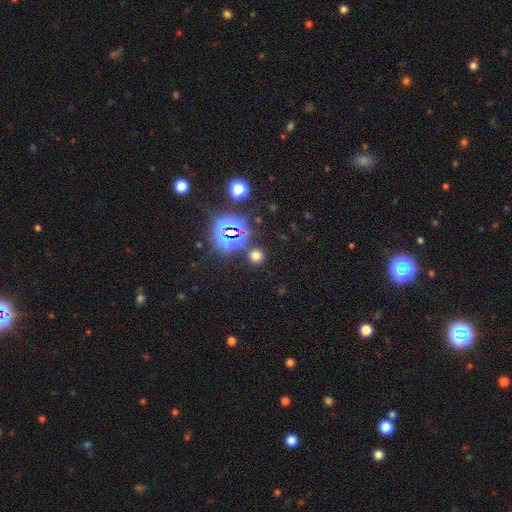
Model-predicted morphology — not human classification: Smooth or featured: smooth — 61% (star or artifact — 33%)
How rounded: round — 89% (in between — 10%)
Merging: none — 85% (minor disturbance — 7%)